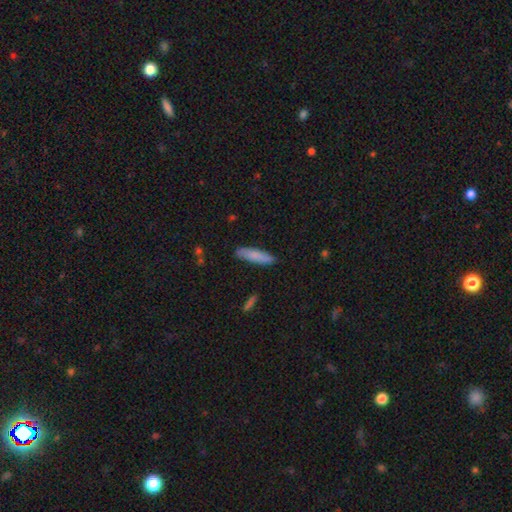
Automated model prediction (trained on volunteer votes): Smooth or featured? smooth (82%)
How rounded? cigar-shaped (77%)
Merging? none (88%)